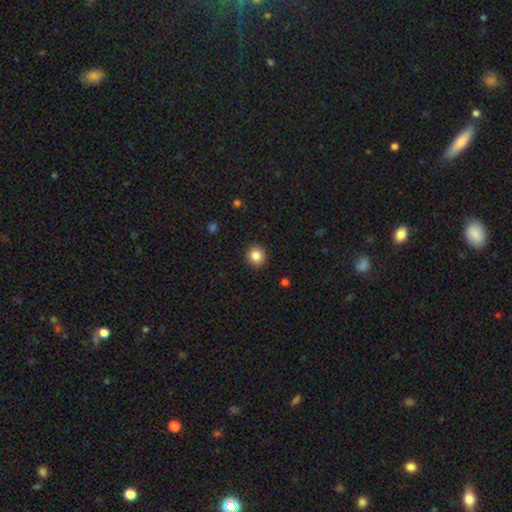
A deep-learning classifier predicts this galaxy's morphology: Smooth or featured? Predicted: smooth (p=0.84). How rounded? Predicted: round (p=0.93). Merging? Predicted: none (p=0.92).